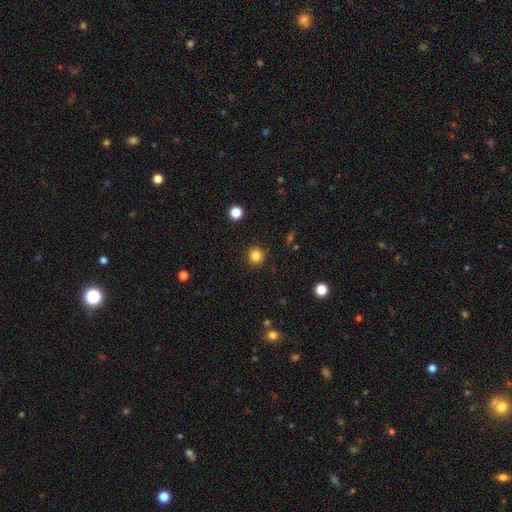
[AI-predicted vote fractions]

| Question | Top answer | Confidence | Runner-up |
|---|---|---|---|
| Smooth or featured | smooth | 83% | star or artifact (12%) |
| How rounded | round | 93% | in between (6%) |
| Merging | none | 92% | minor disturbance (5%) |